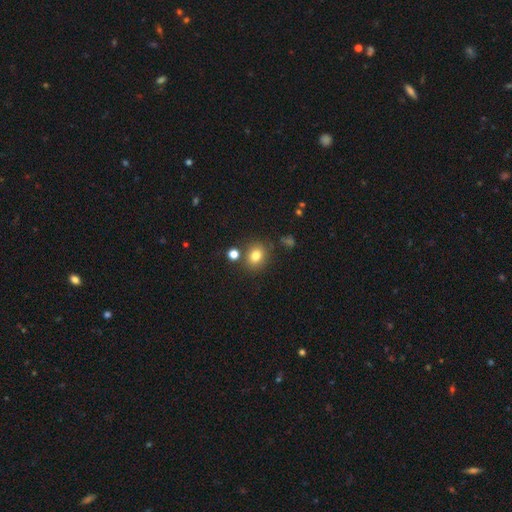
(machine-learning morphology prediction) Overall: smooth (79%). How rounded: round (67%; in between 32%). Merging: none (78%).